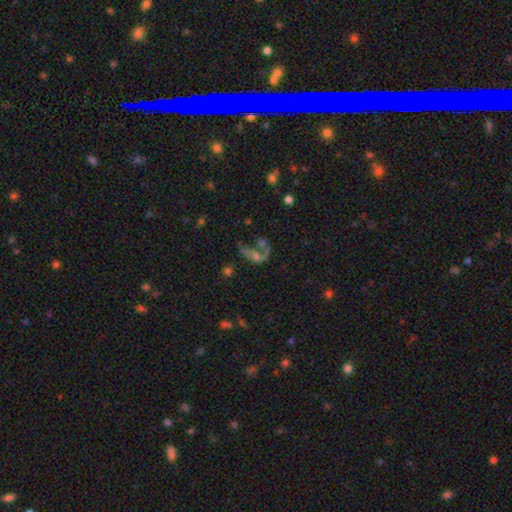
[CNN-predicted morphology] Q: Smooth or featured?
A: featured or disk (47%); runner-up: smooth (31%)
Q: Merging?
A: major disturbance (33%); runner-up: merger (32%)